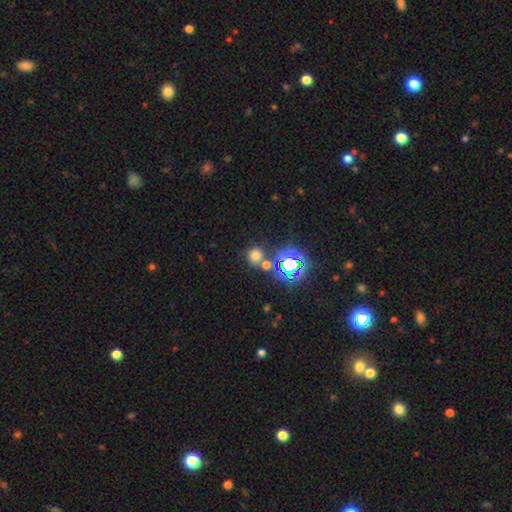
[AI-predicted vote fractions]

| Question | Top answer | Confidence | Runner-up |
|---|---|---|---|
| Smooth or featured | smooth | 64% | star or artifact (30%) |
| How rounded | round | 89% | in between (10%) |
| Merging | none | 72% | merger (16%) |